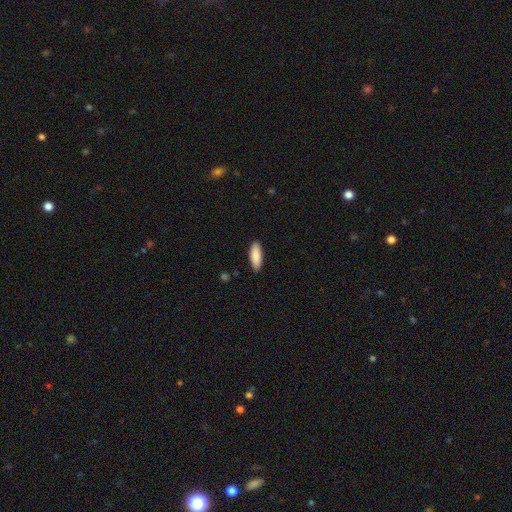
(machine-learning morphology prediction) smooth-or-featured: smooth: 88% | featured or disk: 6% | star or artifact: 6%
  how-rounded: in between: 63% | cigar-shaped: 35% | round: 2%
  merging: none: 88% | minor disturbance: 9% | major disturbance: 2% | merger: 1%